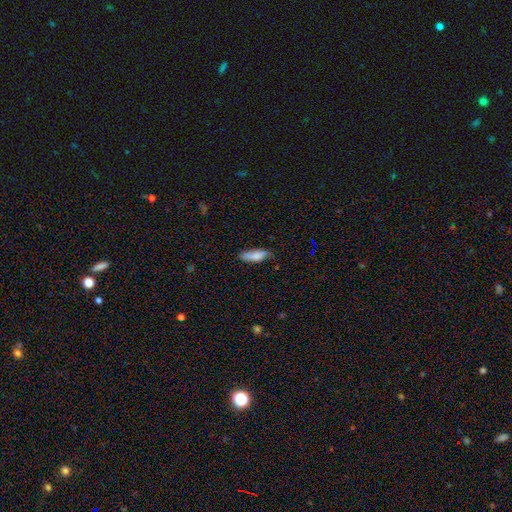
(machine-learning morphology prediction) Smooth or featured?
  - smooth: 81% *
  - featured or disk: 13%
  - star or artifact: 7%
How rounded?
  - in between: 52% *
  - cigar-shaped: 46%
  - round: 2%
Merging?
  - none: 72% *
  - minor disturbance: 23%
  - major disturbance: 4%
  - merger: 2%